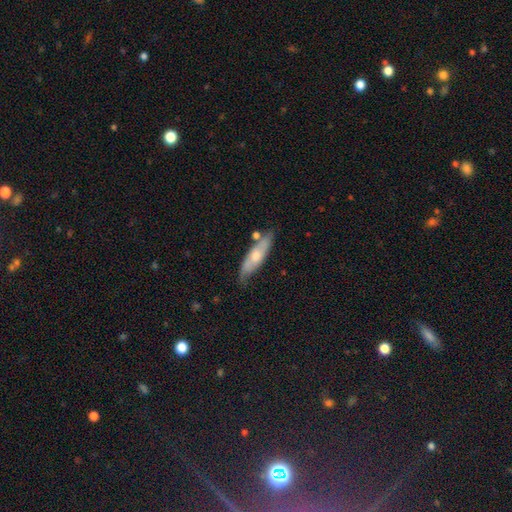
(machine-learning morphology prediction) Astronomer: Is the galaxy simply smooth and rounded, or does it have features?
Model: smooth — 50% (runner-up: featured or disk, 44%).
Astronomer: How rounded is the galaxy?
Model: cigar-shaped — 60% (runner-up: in between, 38%).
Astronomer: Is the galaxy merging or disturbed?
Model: none — 66%.